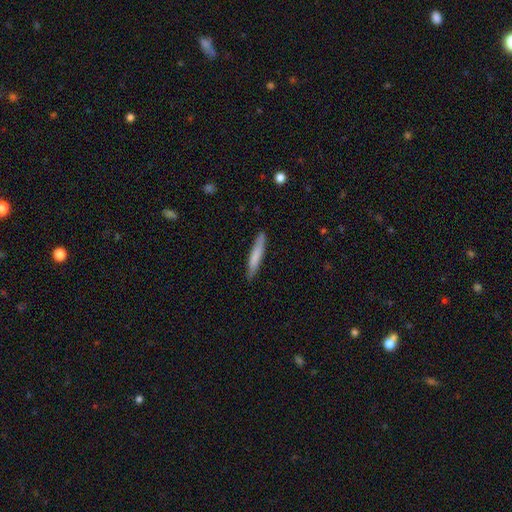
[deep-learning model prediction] Morphology: type=smooth (72%); roundness=cigar-shaped (94%); merging=none (87%).